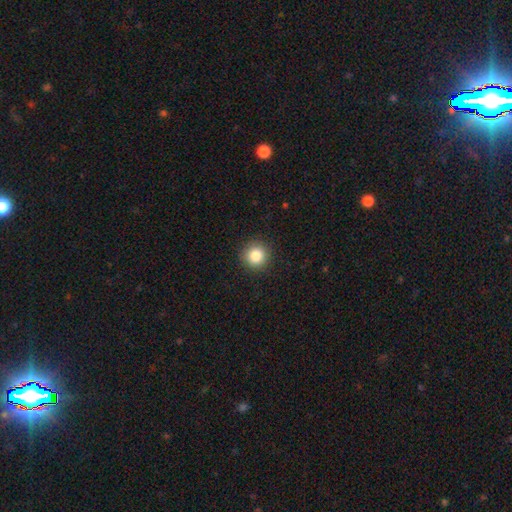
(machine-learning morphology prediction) smooth-or-featured: smooth: 85% | star or artifact: 10% | featured or disk: 5%
  how-rounded: round: 94% | in between: 5% | cigar-shaped: 1%
  merging: none: 91% | minor disturbance: 6% | major disturbance: 2% | merger: 1%